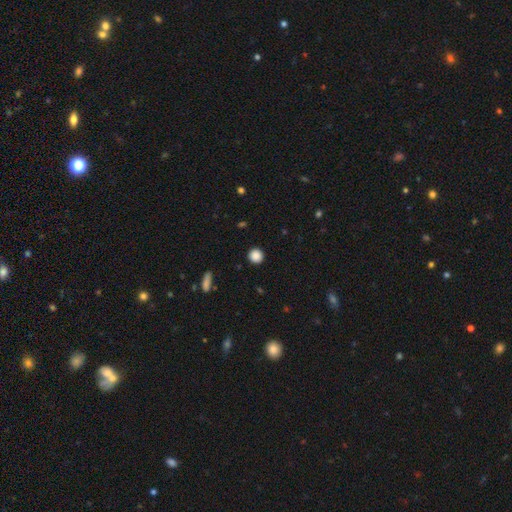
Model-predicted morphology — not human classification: This appears to be a smooth galaxy with no disk features (88%) that is round (93%). Merging: none (92%).